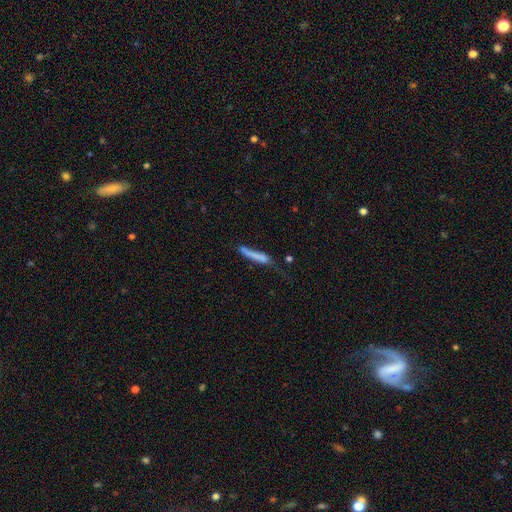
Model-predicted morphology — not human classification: Smooth or featured? Predicted: smooth (p=0.67). How rounded? Predicted: cigar-shaped (p=0.92). Merging? Predicted: none (p=0.43).